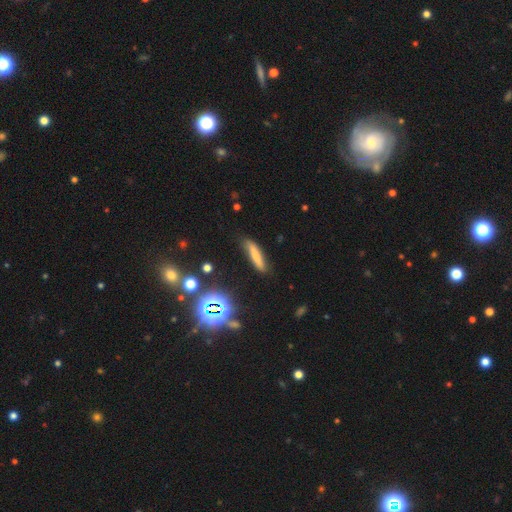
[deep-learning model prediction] smooth_or_featured: smooth (p=0.64) [alt: featured or disk p=0.22]
how_rounded: cigar-shaped (p=0.81) [alt: in between p=0.16]
merging: none (p=0.75) [alt: minor disturbance p=0.18]